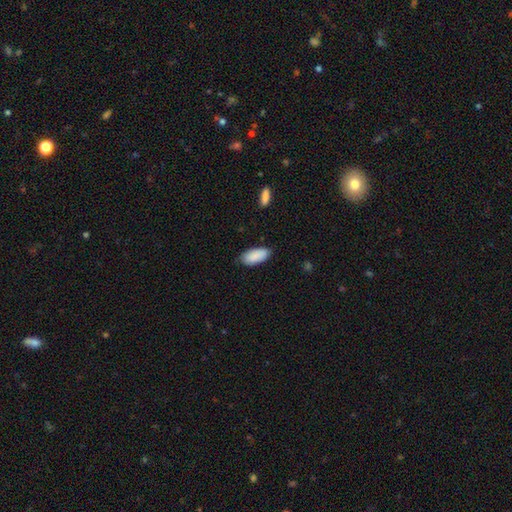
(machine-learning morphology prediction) smooth-or-featured: smooth: 90% | star or artifact: 6% | featured or disk: 4%
  how-rounded: in between: 90% | cigar-shaped: 8% | round: 2%
  merging: none: 80% | minor disturbance: 17% | major disturbance: 3% | merger: 1%